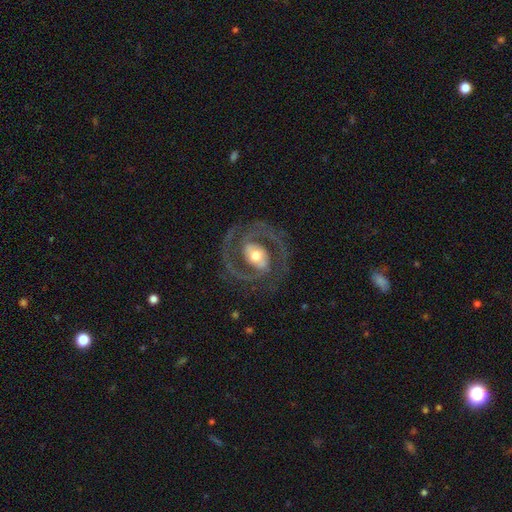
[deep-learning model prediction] Smooth or featured?
  - featured or disk: 89% *
  - smooth: 6%
  - star or artifact: 4%
Edge-on disk?
  - no: 97% *
  - yes: 3%
Bar?
  - weak: 35% * (tied)
  - no: 35% * (tied)
  - strong: 30%
Spiral arms?
  - yes: 94% *
  - no: 6%
Spiral winding?
  - medium: 51% *
  - tight: 39%
  - loose: 10%
Spiral arm count?
  - 2: 89% *
  - 3: 3%
  - can't tell: 3%
  - 1: 2%
  - 4: 1%
  - more than 4: 1%
Bulge size?
  - moderate: 67% *
  - small: 17%
  - large: 14%
  - dominant: 1%
  - none: 1%
Merging?
  - none: 80% *
  - minor disturbance: 11%
  - major disturbance: 8%
  - merger: 1%